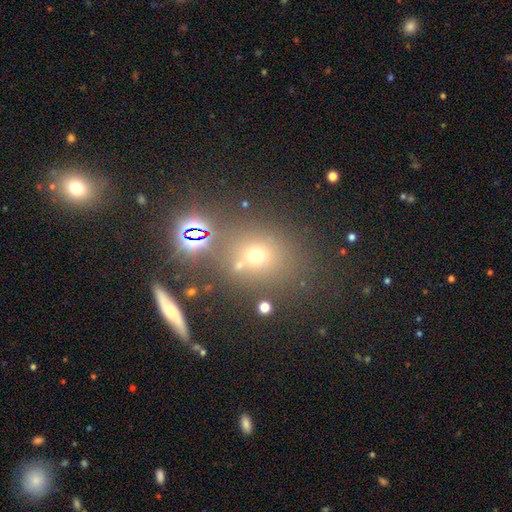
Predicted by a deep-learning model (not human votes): Smooth or featured? Predicted: smooth (p=0.50). Merging? Predicted: none (p=0.68).